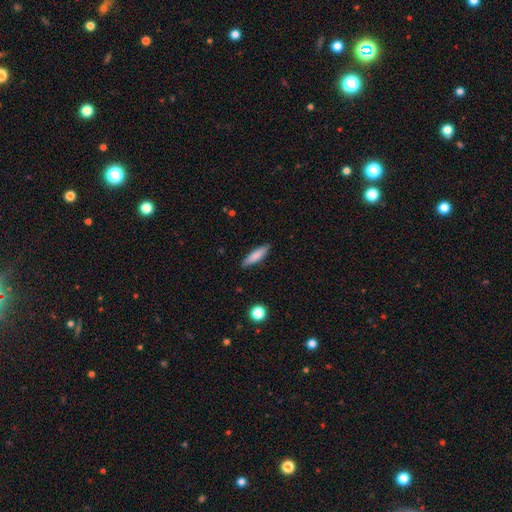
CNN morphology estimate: type=smooth (80%); roundness=cigar-shaped (71%); merging=none (87%).